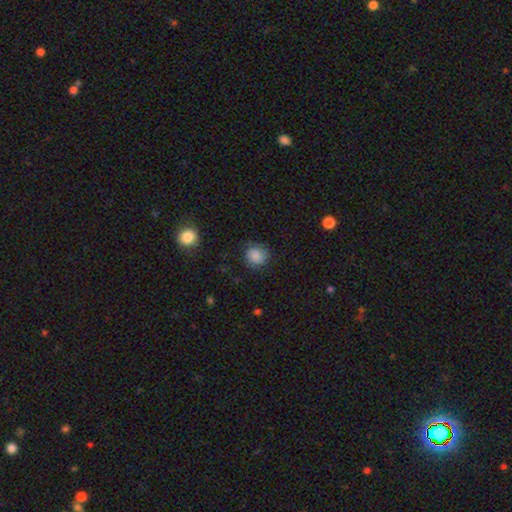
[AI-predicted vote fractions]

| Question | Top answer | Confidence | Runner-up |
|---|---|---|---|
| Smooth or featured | smooth | 85% | star or artifact (9%) |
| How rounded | round | 83% | in between (16%) |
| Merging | none | 76% | minor disturbance (17%) |